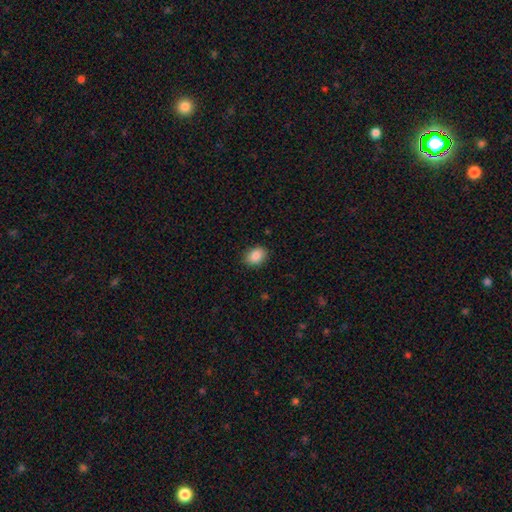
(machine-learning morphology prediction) The model was most divided on "how rounded": in between: 65%, round: 34%, cigar-shaped: 1%. More confident: smooth or featured — smooth (88%); merging — none (87%).